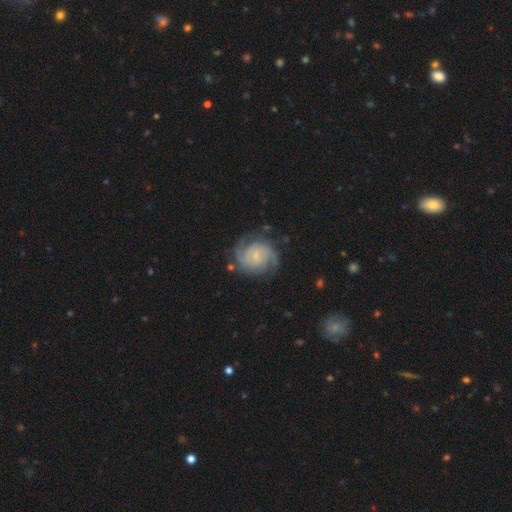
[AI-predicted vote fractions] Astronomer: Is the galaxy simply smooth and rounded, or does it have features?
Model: featured or disk — 85%.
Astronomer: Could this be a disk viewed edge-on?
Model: no — 98%.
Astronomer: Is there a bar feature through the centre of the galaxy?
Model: no — 51% (runner-up: weak, 40%).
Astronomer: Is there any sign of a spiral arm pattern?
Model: yes — 97%.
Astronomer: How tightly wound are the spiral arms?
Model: tight — 57% (runner-up: medium, 35%).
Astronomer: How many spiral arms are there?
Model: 2 — 49%.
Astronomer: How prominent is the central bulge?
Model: small — 67%.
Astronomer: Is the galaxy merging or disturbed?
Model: none — 74%.